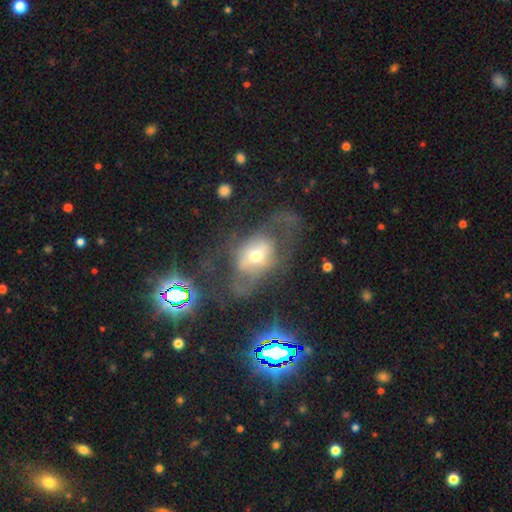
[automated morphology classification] A featured or disk galaxy (53%).

Vote fractions:
- Smooth or featured? featured or disk: 53% / smooth: 32% / star or artifact: 15%
- Edge-on disk? no: 90% / yes: 10%
- Merging? major disturbance: 46% / none: 32% / minor disturbance: 17% / merger: 5%